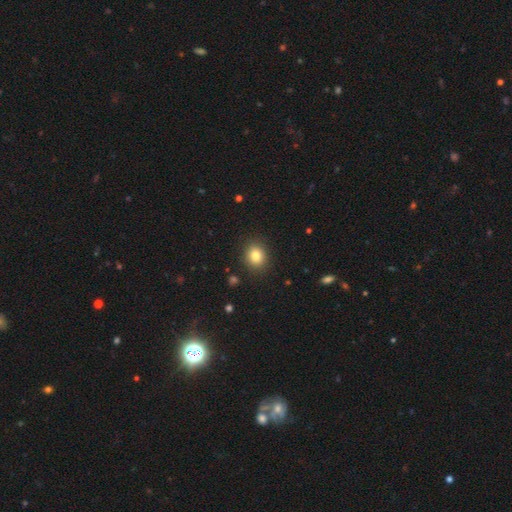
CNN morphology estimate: Overall: smooth (82%). How rounded: round (68%; in between 32%). Merging: none (89%).